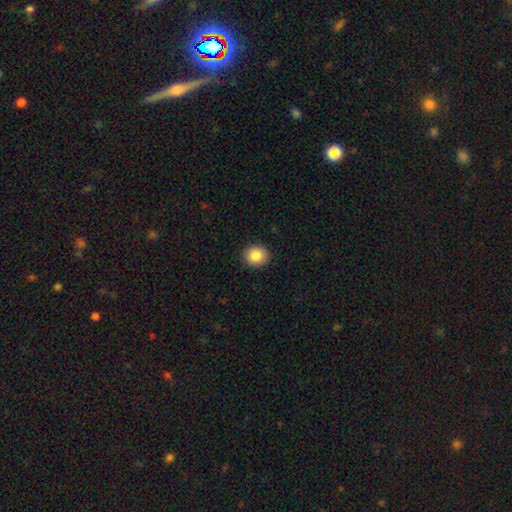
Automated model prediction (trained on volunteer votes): Smooth or featured: smooth — 86% (star or artifact — 9%)
How rounded: round — 83% (in between — 16%)
Merging: none — 91% (minor disturbance — 6%)